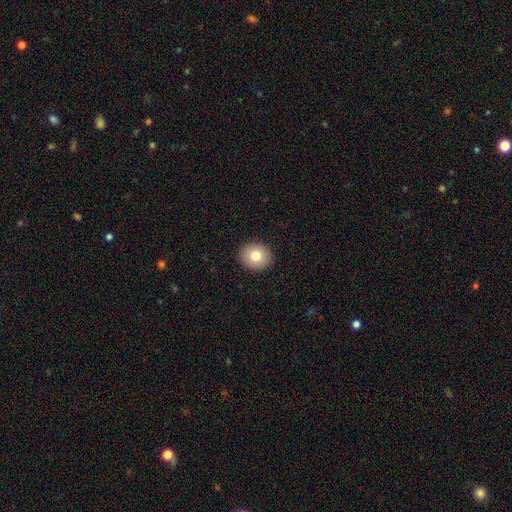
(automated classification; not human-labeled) Smooth or featured?
  - smooth: 78% *
  - featured or disk: 12%
  - star or artifact: 9%
How rounded?
  - round: 77% *
  - in between: 22%
  - cigar-shaped: 1%
Merging?
  - none: 92% *
  - minor disturbance: 6%
  - major disturbance: 2%
  - merger: 1%